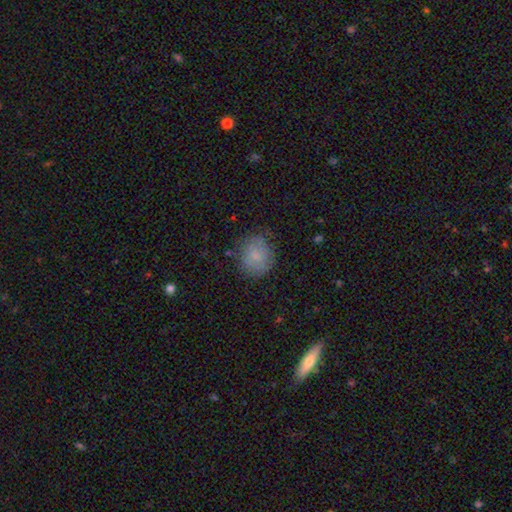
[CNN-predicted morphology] smooth_or_featured: smooth (p=0.76) [alt: featured or disk p=0.16]
how_rounded: round (p=0.79) [alt: in between p=0.20]
merging: none (p=0.75) [alt: minor disturbance p=0.18]